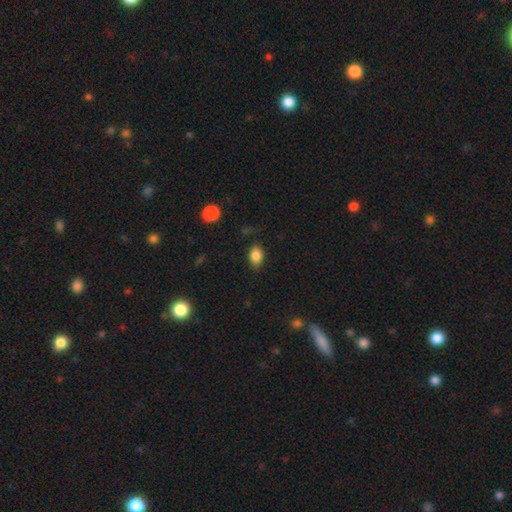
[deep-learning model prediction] This appears to be a smooth galaxy with no disk features (85%) that is in between round and cigar-shaped (73%). Merging: none (80%).